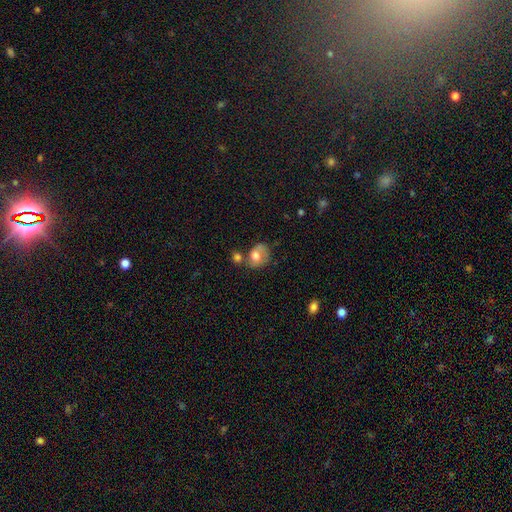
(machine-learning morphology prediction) The model was most divided on "merging": none: 37%, merger: 28%, minor disturbance: 22%, major disturbance: 13%. More confident: smooth or featured — smooth (68%); how rounded — round (54%).